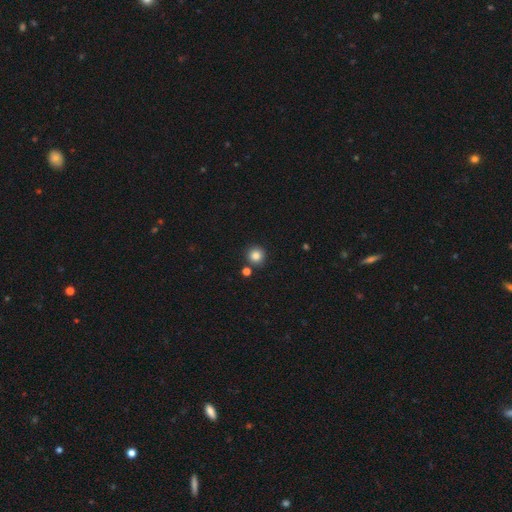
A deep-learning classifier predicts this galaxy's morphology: A smooth galaxy with no disk features (83%) that is round (95%). Merging: none (85%).